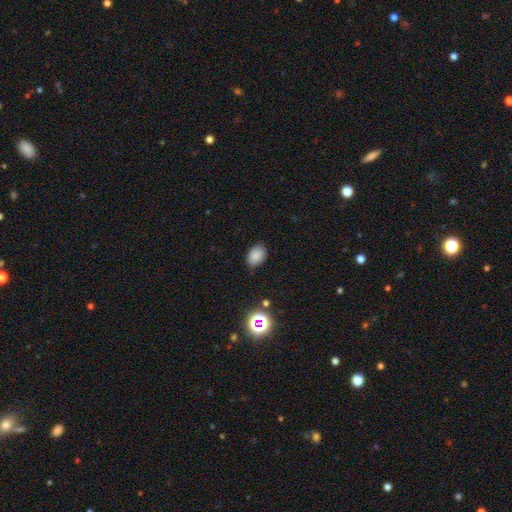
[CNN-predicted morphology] Smooth or featured?
  - smooth: 82% *
  - star or artifact: 12%
  - featured or disk: 6%
How rounded?
  - in between: 78% *
  - round: 21%
  - cigar-shaped: 1%
Merging?
  - none: 83% *
  - minor disturbance: 13%
  - major disturbance: 3%
  - merger: 1%